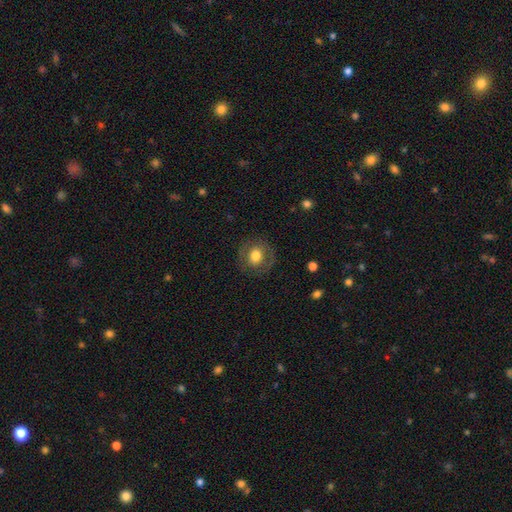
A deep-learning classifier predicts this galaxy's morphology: Q: Smooth or featured?
A: smooth (66%); runner-up: featured or disk (26%)
Q: How rounded?
A: round (78%); runner-up: in between (21%)
Q: Merging?
A: none (82%); runner-up: minor disturbance (11%)